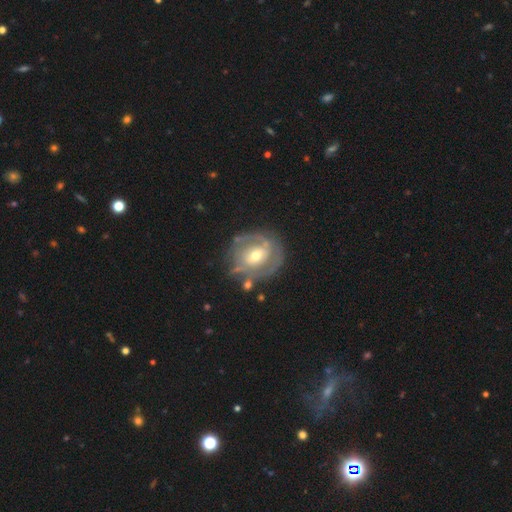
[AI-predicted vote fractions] Smooth or featured?
  - featured or disk: 74% *
  - smooth: 20%
  - star or artifact: 6%
Edge-on disk?
  - no: 96% *
  - yes: 4%
Bar?
  - no: 47% *
  - weak: 38%
  - strong: 15%
Spiral arms?
  - yes: 71% *
  - no: 29%
Spiral winding?
  - tight: 58% *
  - medium: 30%
  - loose: 11%
Spiral arm count?
  - 2: 43% *
  - can't tell: 32%
  - 3: 10%
  - 1: 10%
  - 4: 3%
  - more than 4: 3%
Bulge size?
  - moderate: 66% *
  - small: 25%
  - large: 7%
  - none: 1%
  - dominant: 1%
Merging?
  - none: 67% *
  - minor disturbance: 19%
  - major disturbance: 9%
  - merger: 4%